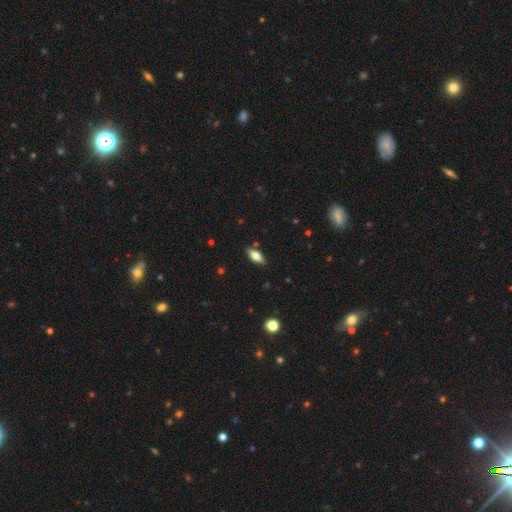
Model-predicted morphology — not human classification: type=smooth (66%); roundness=in between (80%); merging=none (86%).